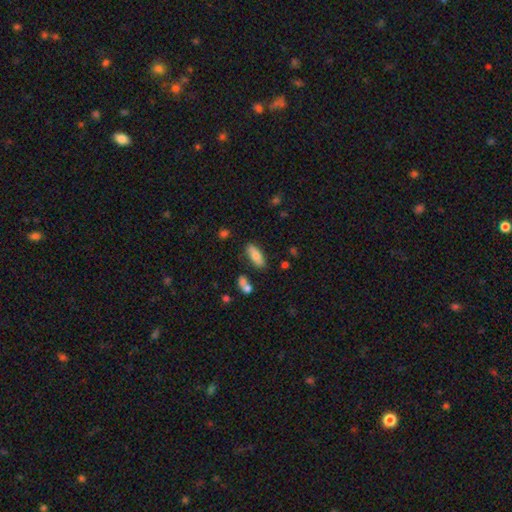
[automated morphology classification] smooth-or-featured: smooth: 76% | featured or disk: 17% | star or artifact: 7%
  how-rounded: in between: 73% | cigar-shaped: 24% | round: 2%
  merging: none: 75% | minor disturbance: 15% | merger: 7% | major disturbance: 4%